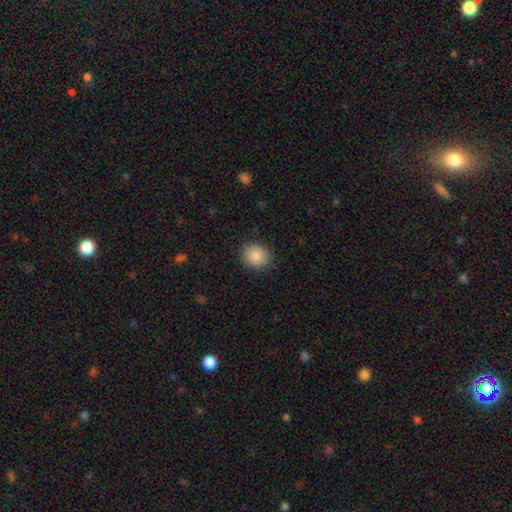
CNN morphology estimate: Q: Smooth or featured?
A: smooth (88%); runner-up: star or artifact (8%)
Q: How rounded?
A: round (83%); runner-up: in between (16%)
Q: Merging?
A: none (88%); runner-up: minor disturbance (9%)